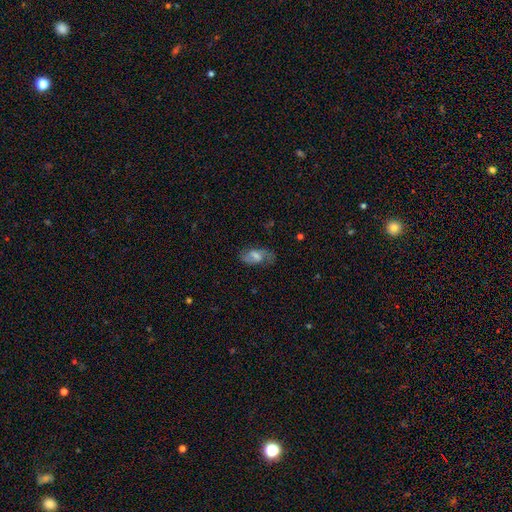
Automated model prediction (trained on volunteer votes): Morphology: type=featured or disk (54%); edge-on=no (91%); merging=none (71%).